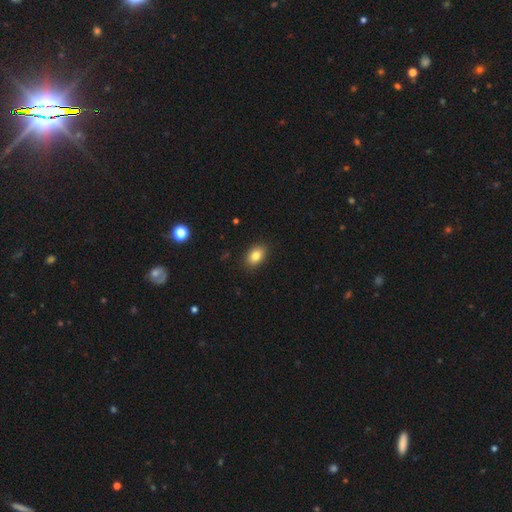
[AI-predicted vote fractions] This appears to be a smooth galaxy with no disk features (83%) that is in between round and cigar-shaped (83%). Merging: none (88%).